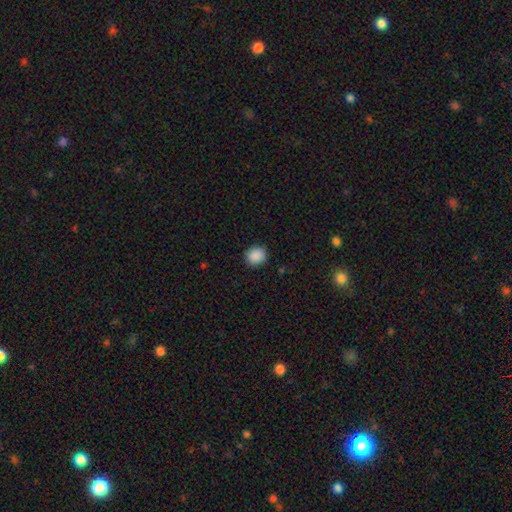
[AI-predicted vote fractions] Morphology: type=smooth (89%); roundness=round (83%); merging=none (90%).